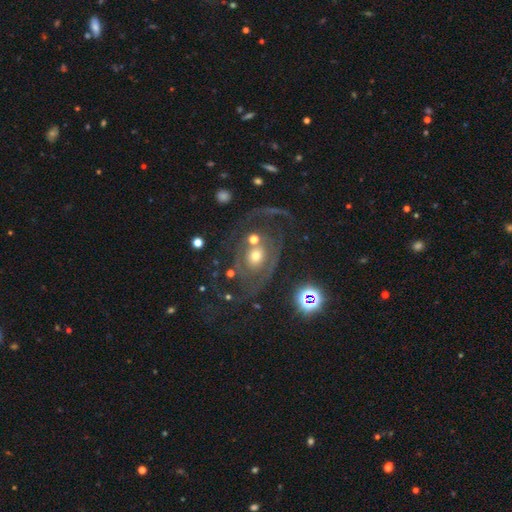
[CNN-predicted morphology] Smooth or featured: featured or disk — 76% (smooth — 15%)
Edge-on disk: no — 97% (yes — 3%)
Bar: no — 82% (weak — 13%)
Spiral arms: yes — 75% (no — 25%)
Spiral winding: tight — 39% (medium — 36%)
Spiral arm count: 2 — 45% (can't tell — 22%)
Bulge size: moderate — 54% (small — 35%)
Merging: none — 52% (major disturbance — 25%)